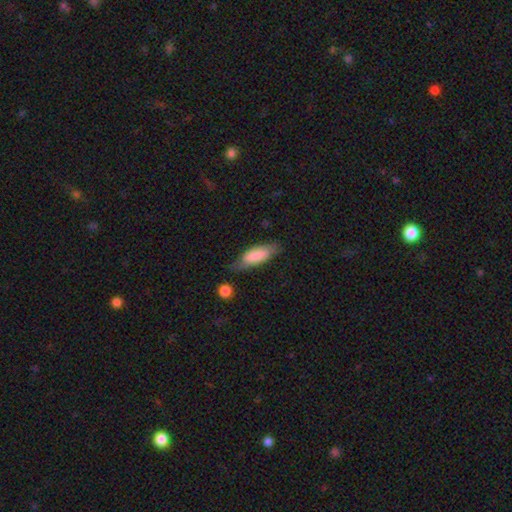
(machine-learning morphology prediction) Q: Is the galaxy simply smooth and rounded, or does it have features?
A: smooth — 76%.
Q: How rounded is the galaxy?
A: in between — 69%.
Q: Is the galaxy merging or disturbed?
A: none — 59%.